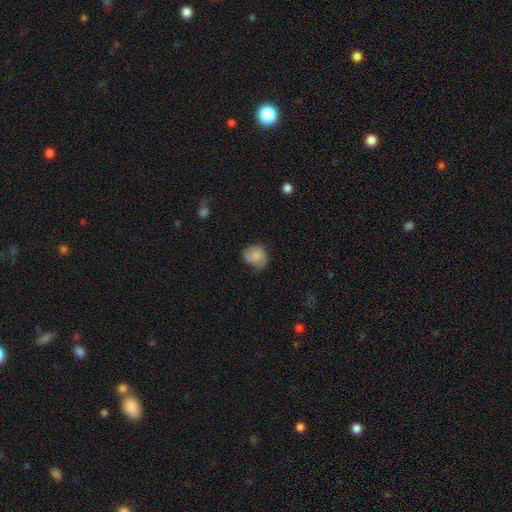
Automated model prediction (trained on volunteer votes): smooth-or-featured: smooth: 70% | featured or disk: 23% | star or artifact: 8%
  how-rounded: round: 72% | in between: 27% | cigar-shaped: 1%
  merging: none: 55% | minor disturbance: 33% | major disturbance: 11% | merger: 2%